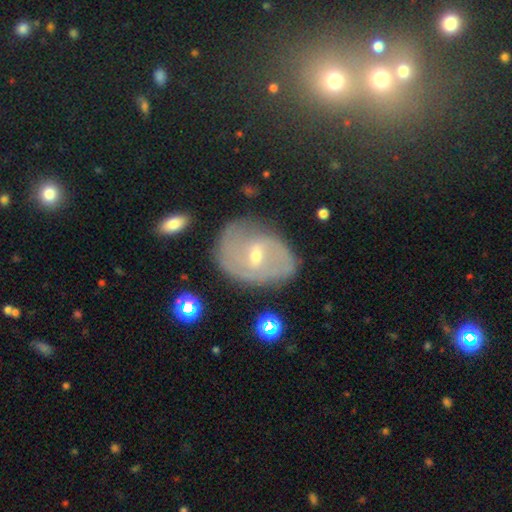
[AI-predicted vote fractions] The model was most divided on "spiral winding": tight: 43%, medium: 37%, loose: 20%. Remaining: edge-on disk — no (95%); spiral arms — yes (85%); smooth or featured — featured or disk (76%); merging — none (64%); bulge size — small (59%); bar — weak (55%); spiral arm count — 2 (45%).